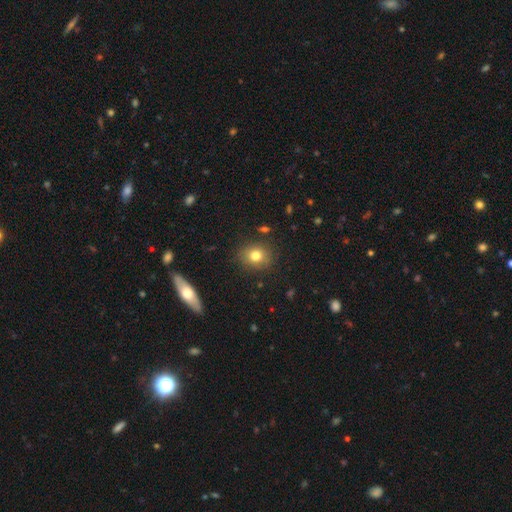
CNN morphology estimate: A smooth galaxy with no disk features (78%) that is round (67%).

Vote fractions:
- Smooth or featured? smooth: 78% / star or artifact: 12% / featured or disk: 10%
- How rounded? round: 67% / in between: 31% / cigar-shaped: 1%
- Merging? none: 85% / minor disturbance: 10% / major disturbance: 3% / merger: 2%